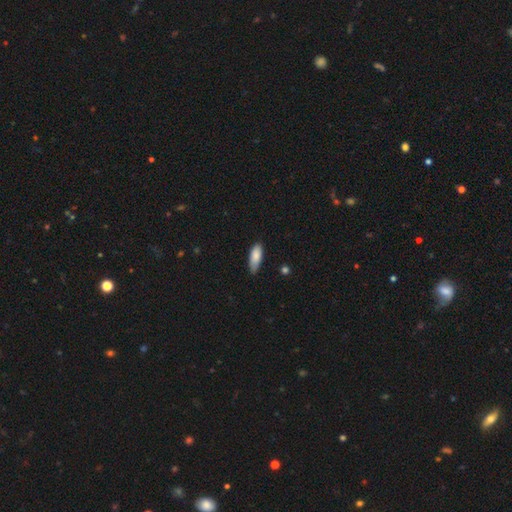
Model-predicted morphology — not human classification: Overall: smooth (85%). How rounded: in between (71%). Merging: none (72%).